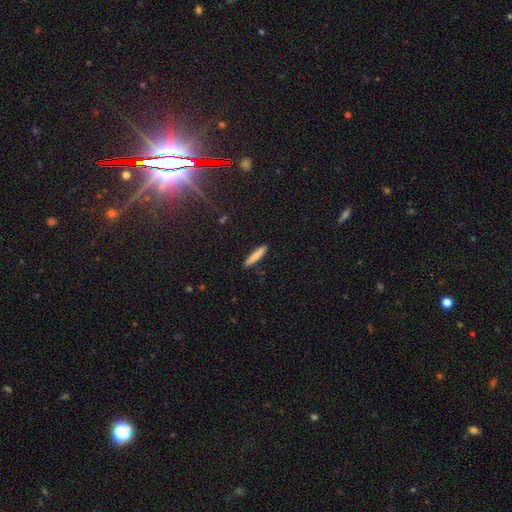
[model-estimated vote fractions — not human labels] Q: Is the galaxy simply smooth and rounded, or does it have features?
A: smooth — 82%.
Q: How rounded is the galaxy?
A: cigar-shaped — 91%.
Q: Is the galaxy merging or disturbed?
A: none — 89%.